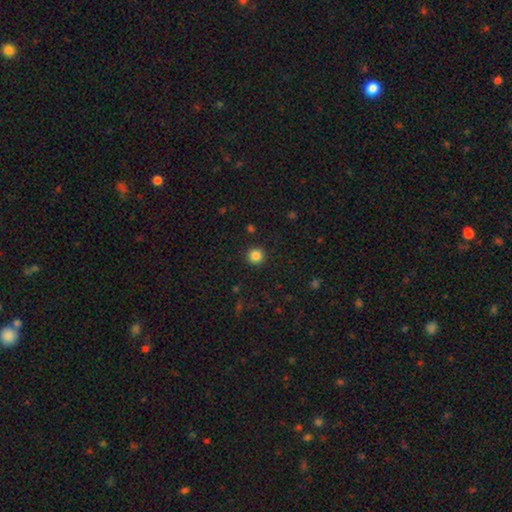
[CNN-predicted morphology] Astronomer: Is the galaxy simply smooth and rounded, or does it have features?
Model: smooth — 86%.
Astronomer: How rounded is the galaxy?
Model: round — 95%.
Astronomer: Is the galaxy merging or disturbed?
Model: none — 92%.